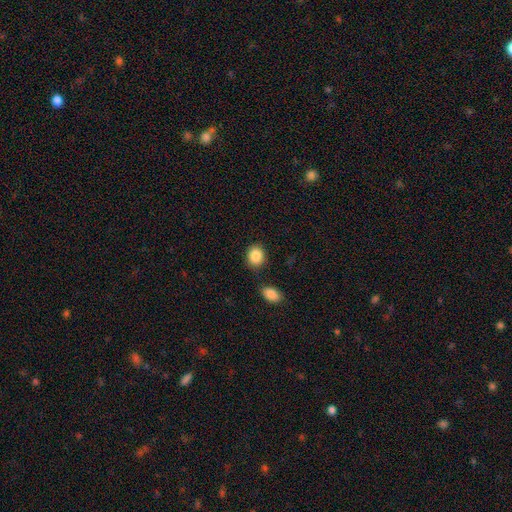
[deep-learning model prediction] A smooth galaxy with no disk features (87%) that is round (62%). Merging: none (79%).